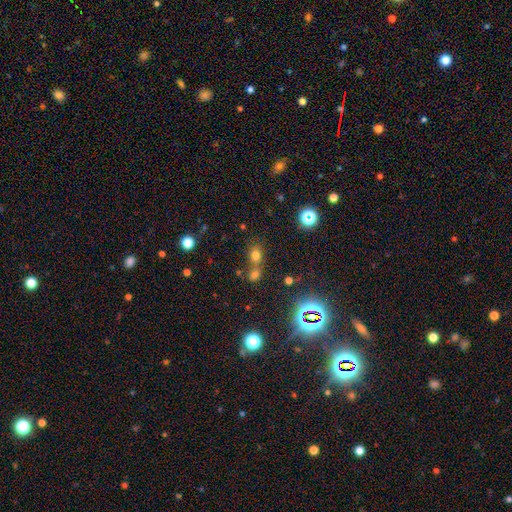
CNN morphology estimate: smooth-or-featured: smooth: 67% | star or artifact: 25% | featured or disk: 8%
  how-rounded: round: 59% | in between: 39% | cigar-shaped: 2%
  merging: none: 50% | merger: 38% | minor disturbance: 9% | major disturbance: 4%